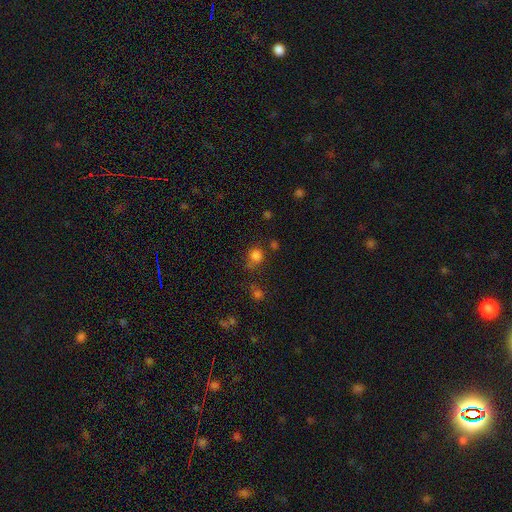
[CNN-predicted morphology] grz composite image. It shows a smooth galaxy with no disk features (78%) that is round (83%). Merging: none (60%).